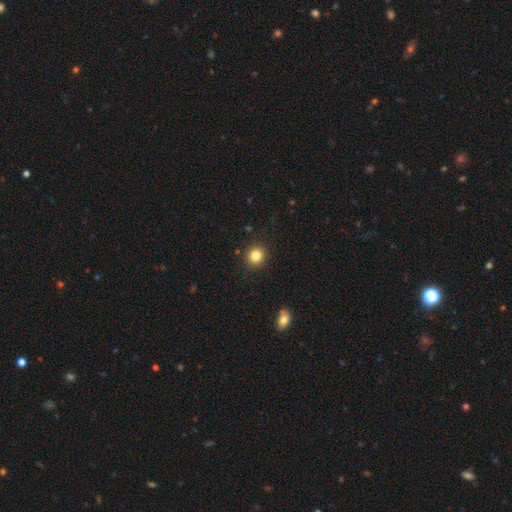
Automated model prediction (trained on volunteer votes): This is clearly a smooth galaxy (82%). How rounded: clearly round (89%). Merging: clearly none (91%).